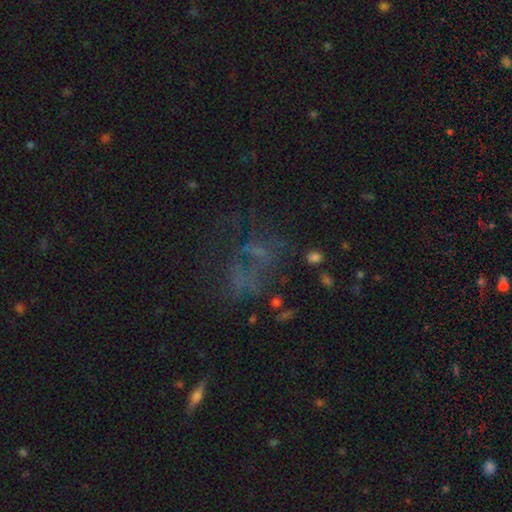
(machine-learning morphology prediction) Smooth or featured?
  - featured or disk: 39% *
  - star or artifact: 36%
  - smooth: 26%
Merging?
  - none: 46% *
  - major disturbance: 31%
  - minor disturbance: 16%
  - merger: 7%